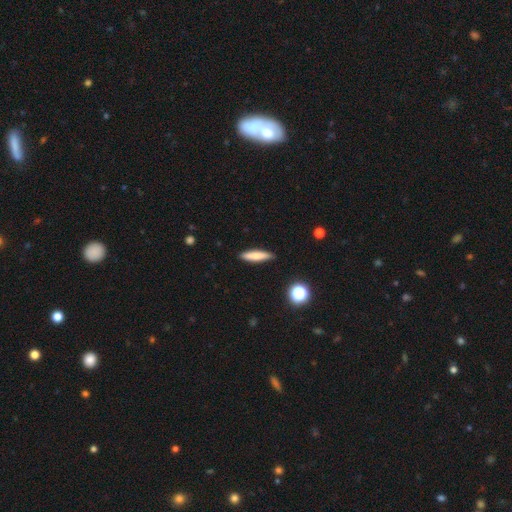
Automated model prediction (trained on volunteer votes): Smooth or featured?
  - smooth: 75% *
  - featured or disk: 17%
  - star or artifact: 8%
How rounded?
  - cigar-shaped: 82% *
  - in between: 16%
  - round: 2%
Merging?
  - none: 89% *
  - minor disturbance: 8%
  - major disturbance: 2%
  - merger: 1%